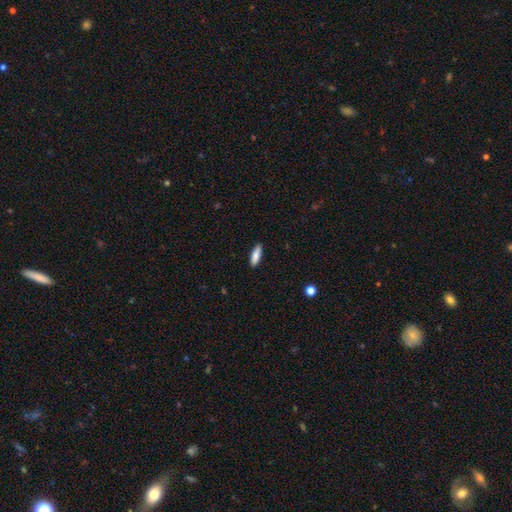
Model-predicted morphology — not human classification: smooth-or-featured: smooth: 84% | featured or disk: 10% | star or artifact: 6%
  how-rounded: in between: 51% | cigar-shaped: 47% | round: 2%
  merging: none: 89% | minor disturbance: 8% | major disturbance: 2% | merger: 1%